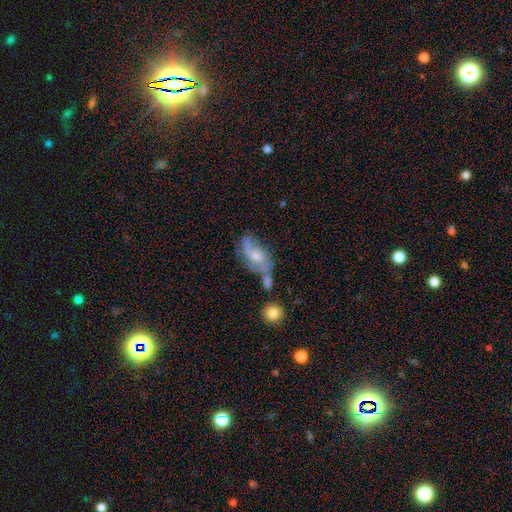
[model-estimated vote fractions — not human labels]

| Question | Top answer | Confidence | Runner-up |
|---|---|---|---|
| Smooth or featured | featured or disk | 58% | smooth (34%) |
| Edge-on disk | no | 93% | yes (7%) |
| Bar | no | 64% | weak (30%) |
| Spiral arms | yes | 78% | no (22%) |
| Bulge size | moderate | 52% | small (34%) |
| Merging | none | 35% | minor disturbance (25%) |